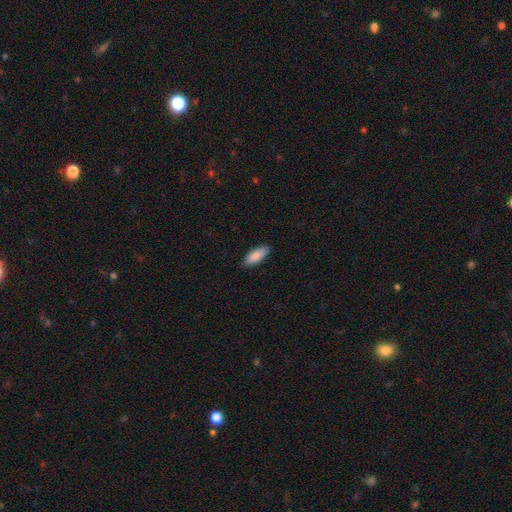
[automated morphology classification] Smooth or featured? Predicted: smooth (p=0.89). How rounded? Predicted: in between (p=0.75). Merging? Predicted: none (p=0.88).